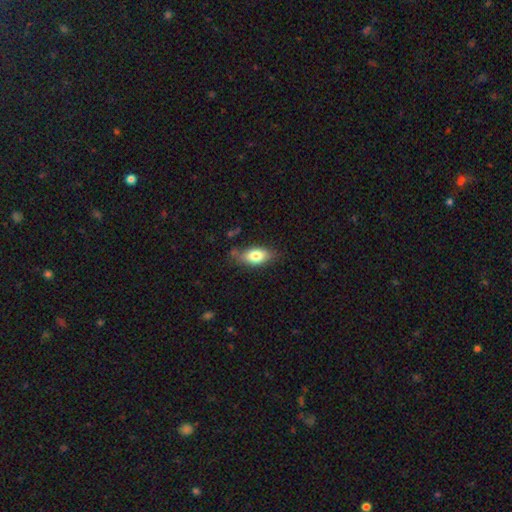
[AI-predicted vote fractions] smooth_or_featured: smooth (p=0.77) [alt: featured or disk p=0.15]
how_rounded: in between (p=0.88) [alt: cigar-shaped p=0.06]
merging: none (p=0.70) [alt: minor disturbance p=0.22]